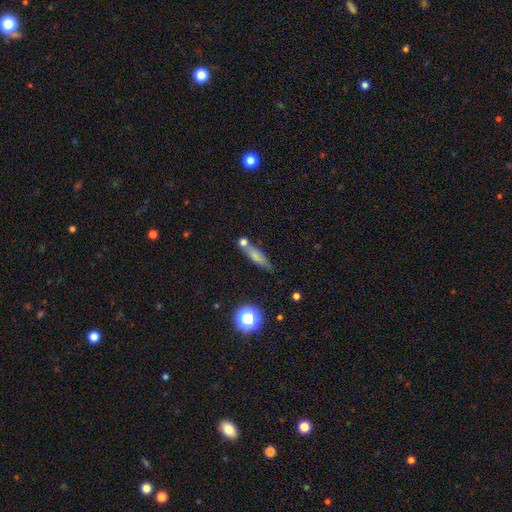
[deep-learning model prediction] smooth_or_featured: smooth (p=0.59) [alt: featured or disk p=0.25]
how_rounded: cigar-shaped (p=0.58) [alt: in between p=0.32]
merging: none (p=0.56) [alt: merger p=0.20]